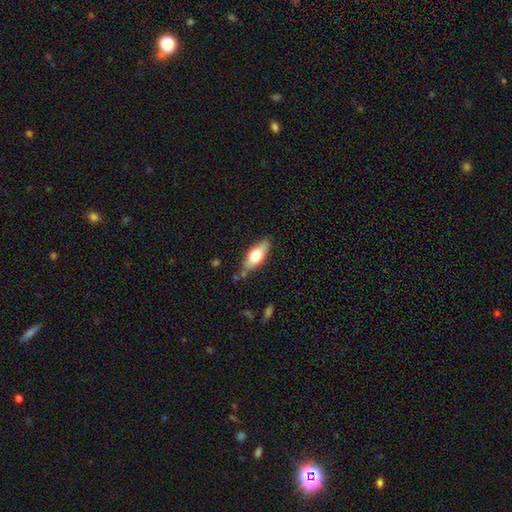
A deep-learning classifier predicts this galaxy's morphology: This is possibly a smooth galaxy (59%). How rounded: likely in between (69%). Merging: likely none (76%).